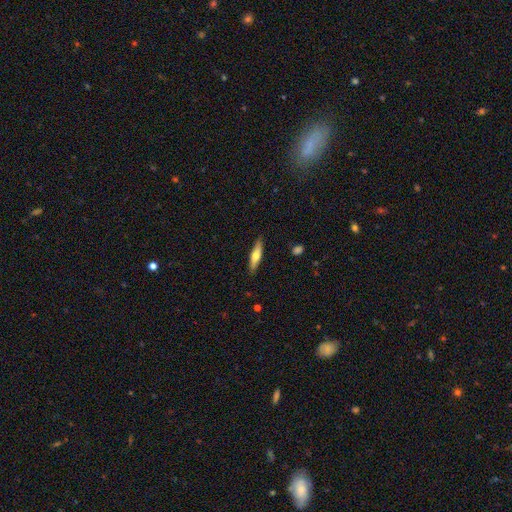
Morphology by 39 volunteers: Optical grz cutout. It shows a smooth galaxy with no disk features (62%) that is cigar-shaped (88%). Merging: none (97%).